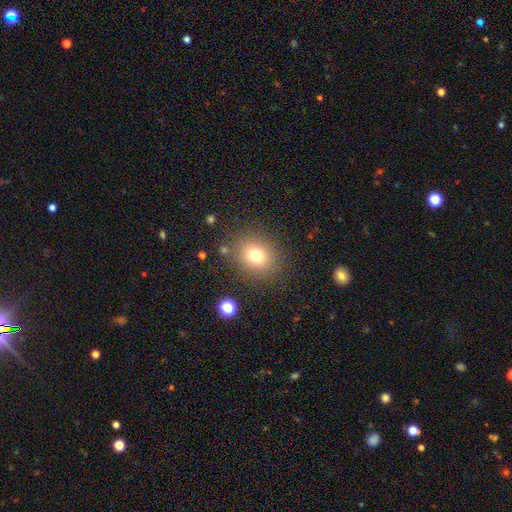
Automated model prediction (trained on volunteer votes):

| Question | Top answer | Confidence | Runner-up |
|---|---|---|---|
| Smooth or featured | smooth | 75% | star or artifact (15%) |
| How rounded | round | 75% | in between (24%) |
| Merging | none | 84% | minor disturbance (9%) |